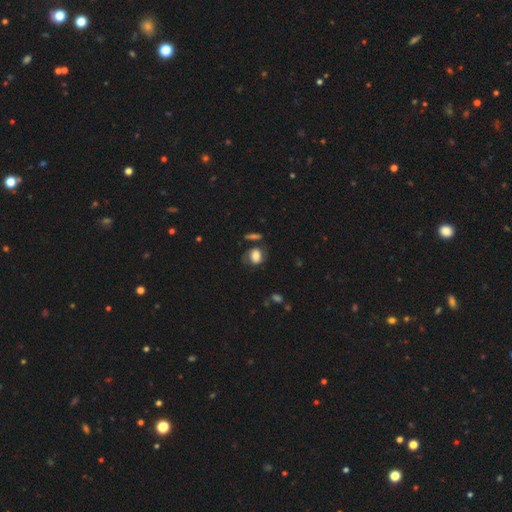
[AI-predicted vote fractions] Q: Smooth or featured?
A: smooth (64%); runner-up: featured or disk (27%)
Q: How rounded?
A: in between (57%); runner-up: round (42%)
Q: Merging?
A: none (53%); runner-up: minor disturbance (24%)